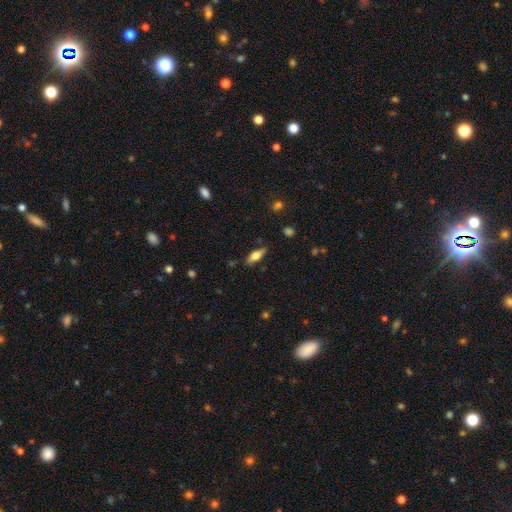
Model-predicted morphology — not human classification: smooth 65%, featured or disk 28%, star or artifact 7%. Down the decision tree: how rounded — in between (67%); merging — none (81%).